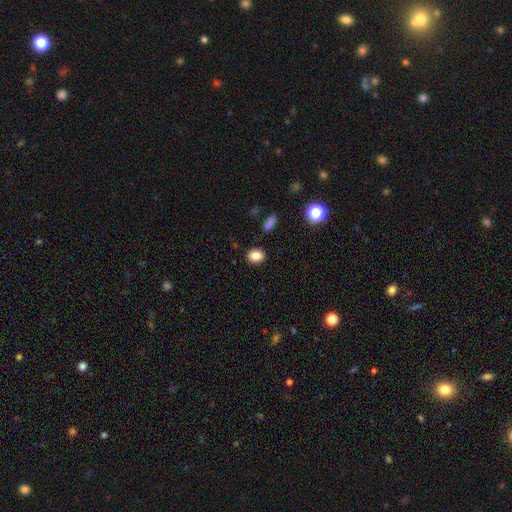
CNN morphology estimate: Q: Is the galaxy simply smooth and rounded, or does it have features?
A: smooth — 85%.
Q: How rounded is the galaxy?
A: in between — 55%.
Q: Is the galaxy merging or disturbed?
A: none — 88%.